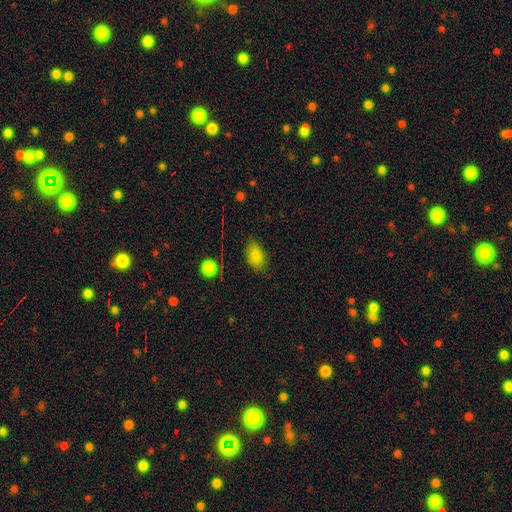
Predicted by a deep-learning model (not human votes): A smooth galaxy with no disk features (83%) that is in between round and cigar-shaped (88%). Merging: none (77%).